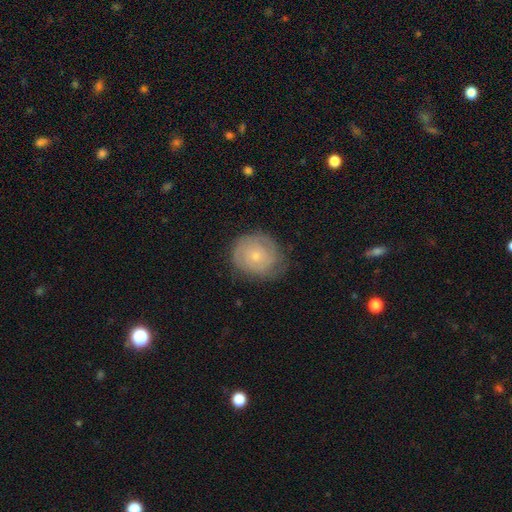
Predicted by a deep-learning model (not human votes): A featured or disk galaxy (58%) with no bar (84%), spiral arms (78%) and a small central bulge (72%).

Vote fractions:
- Smooth or featured? featured or disk: 58% / smooth: 35% / star or artifact: 7%
- Edge-on disk? no: 97% / yes: 3%
- Bar? no: 84% / weak: 14% / strong: 2%
- Spiral arms? yes: 78% / no: 22%
- Bulge size? small: 72% / moderate: 24% / none: 2% / large: 1% / dominant: 1%
- Merging? none: 72% / minor disturbance: 20% / major disturbance: 7% / merger: 1%